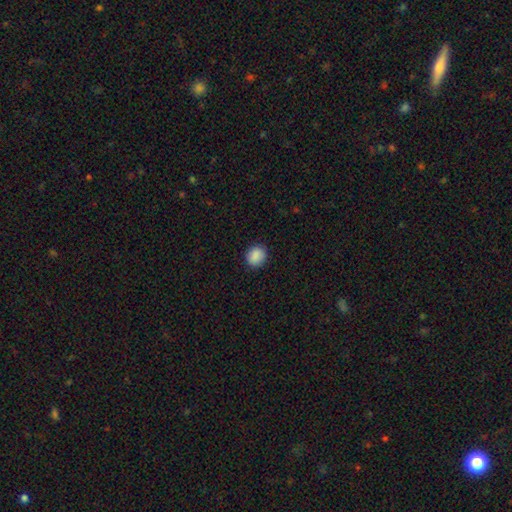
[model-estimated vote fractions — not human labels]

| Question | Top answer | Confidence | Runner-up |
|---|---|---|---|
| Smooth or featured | smooth | 89% | star or artifact (8%) |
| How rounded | round | 71% | in between (28%) |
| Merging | none | 89% | minor disturbance (7%) |